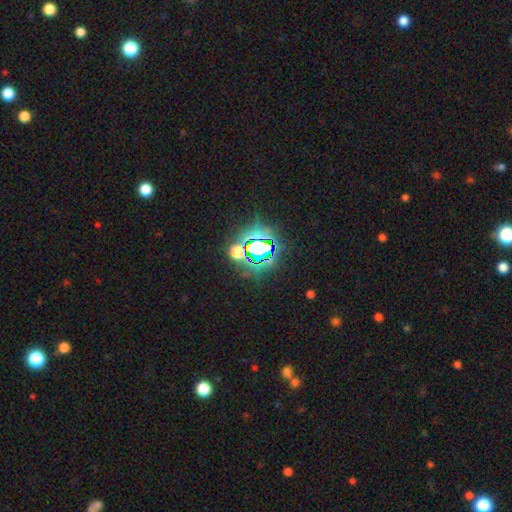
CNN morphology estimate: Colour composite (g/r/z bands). It shows a star or artifact, not a galaxy (79%).